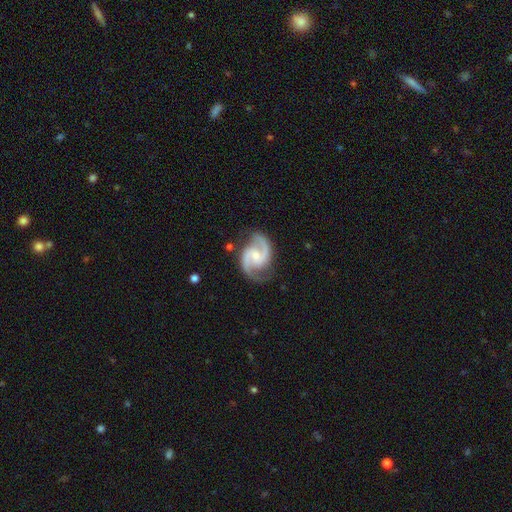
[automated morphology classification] type=featured or disk (93%); edge-on=no (98%); bar=no (48%); spiral arms=yes (98%); winding=medium (64%); arm count=2 (94%); bulge=small (55%); merging=none (79%).